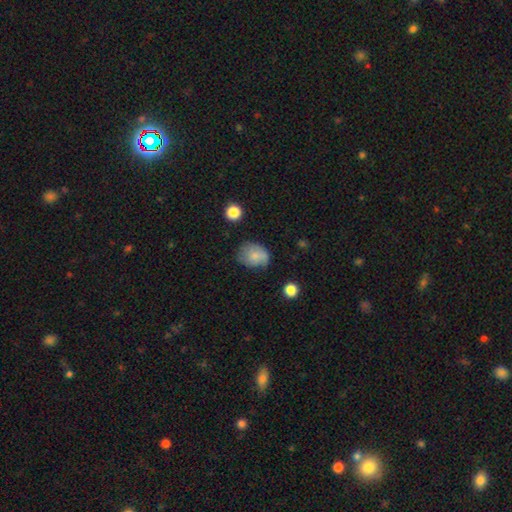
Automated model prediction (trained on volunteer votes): smooth 74%, featured or disk 17%, star or artifact 9%. Down the decision tree: how rounded — round (51%); merging — none (54%).